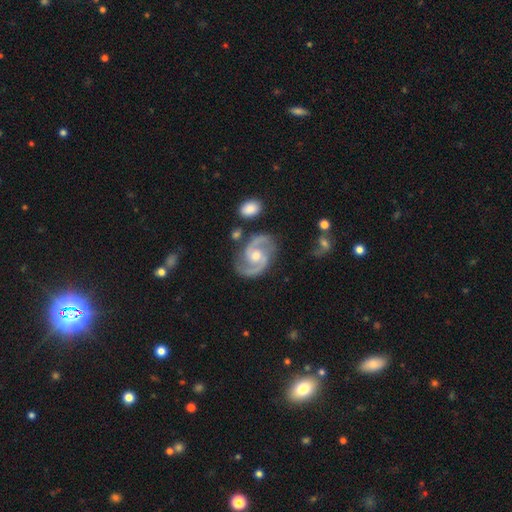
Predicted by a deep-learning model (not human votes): smooth_or_featured: featured or disk (p=0.91) [alt: smooth p=0.04]
disk_edge_on: no (p=0.98) [alt: yes p=0.02]
bar: no (p=0.50) [alt: weak p=0.39]
has_spiral_arms: yes (p=0.98) [alt: no p=0.02]
spiral_winding: medium (p=0.64) [alt: tight p=0.21]
spiral_arm_count: 2 (p=0.94) [alt: can't tell p=0.02]
bulge_size: moderate (p=0.68) [alt: small p=0.18]
merging: none (p=0.78) [alt: minor disturbance p=0.14]